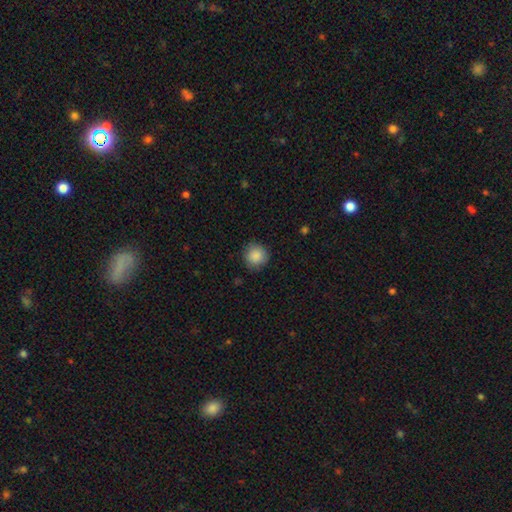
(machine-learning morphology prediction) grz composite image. It shows a smooth galaxy with no disk features (88%) that is round (93%). Merging: none (86%).